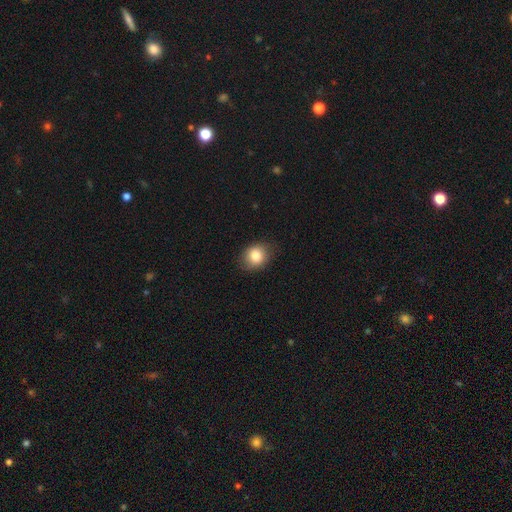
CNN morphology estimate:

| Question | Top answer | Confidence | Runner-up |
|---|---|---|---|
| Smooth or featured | smooth | 82% | star or artifact (9%) |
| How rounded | round | 56% | in between (43%) |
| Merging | none | 81% | minor disturbance (14%) |